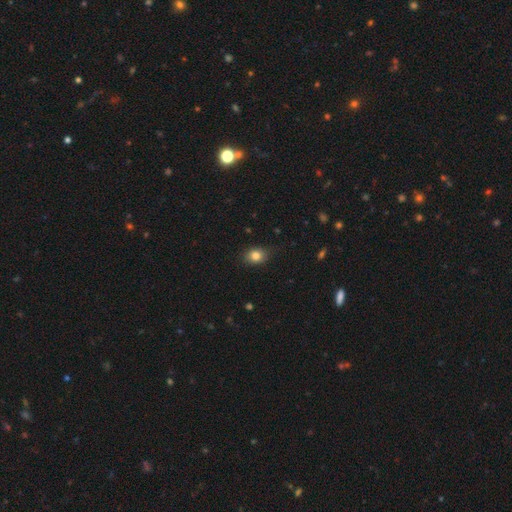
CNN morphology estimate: smooth_or_featured: smooth (p=0.83) [alt: star or artifact p=0.10]
how_rounded: in between (p=0.50) [alt: round p=0.49]
merging: none (p=0.82) [alt: minor disturbance p=0.14]